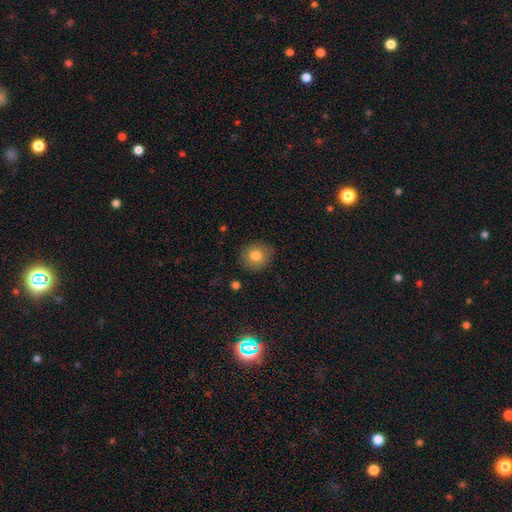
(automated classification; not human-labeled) Smooth or featured?
  - smooth: 80% *
  - featured or disk: 10%
  - star or artifact: 9%
How rounded?
  - round: 78% *
  - in between: 21%
  - cigar-shaped: 1%
Merging?
  - none: 86% *
  - minor disturbance: 10%
  - major disturbance: 2%
  - merger: 1%